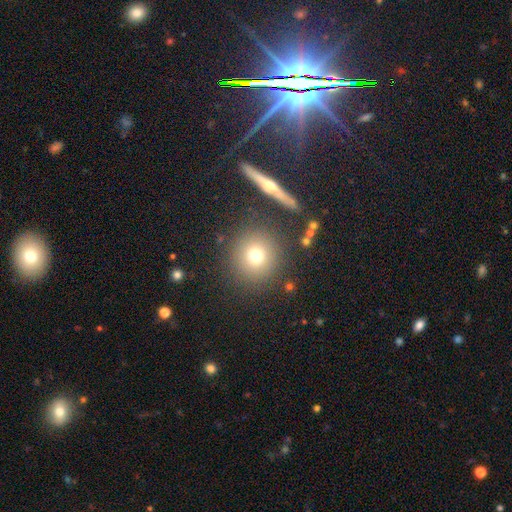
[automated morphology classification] smooth_or_featured: smooth (p=0.74) [alt: star or artifact p=0.14]
how_rounded: round (p=0.92) [alt: in between p=0.07]
merging: none (p=0.83) [alt: minor disturbance p=0.08]